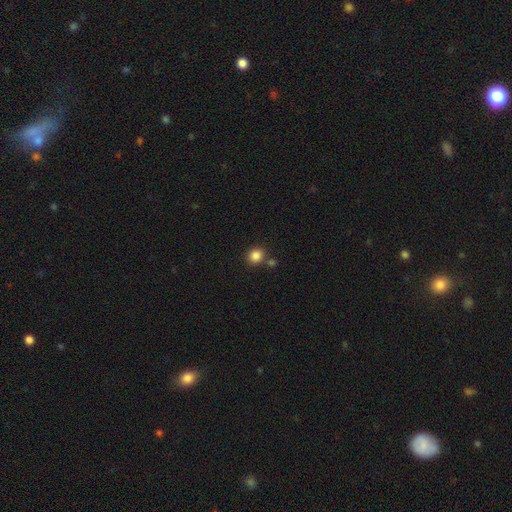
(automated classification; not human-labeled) This is clearly a smooth galaxy (85%). How rounded: clearly round (81%). Merging: likely none (76%).